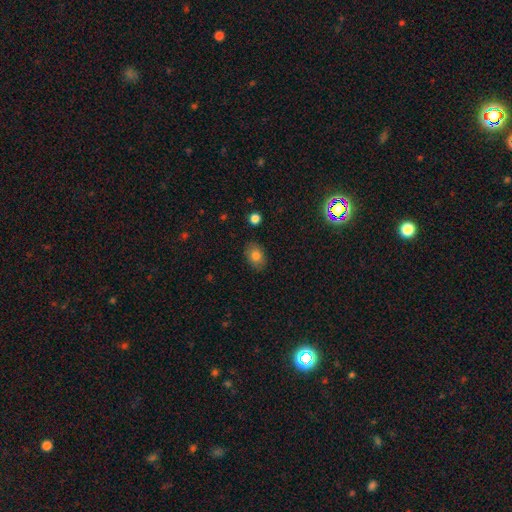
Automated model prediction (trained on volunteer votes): This is clearly a smooth galaxy (81%). How rounded: likely in between (77%). Merging: clearly none (86%).